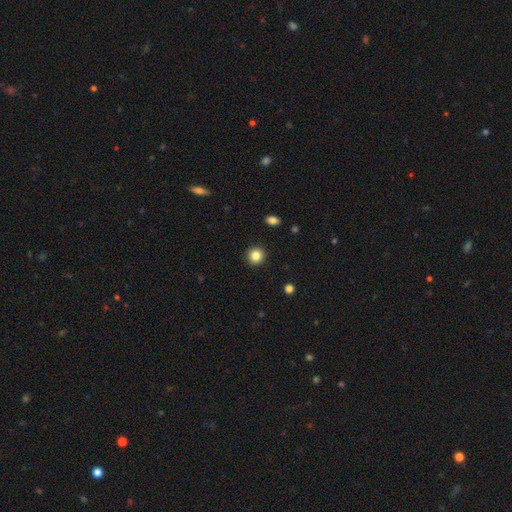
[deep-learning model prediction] A smooth galaxy with no disk features (85%) that is round (93%).

Vote fractions:
- Smooth or featured? smooth: 85% / star or artifact: 10% / featured or disk: 5%
- How rounded? round: 93% / in between: 6% / cigar-shaped: 1%
- Merging? none: 92% / minor disturbance: 5% / major disturbance: 2% / merger: 1%